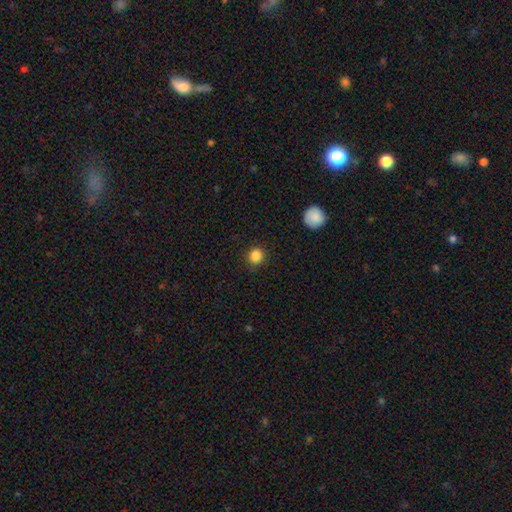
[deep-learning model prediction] This appears to be a smooth galaxy with no disk features (86%) that is round (84%). Merging: none (86%).